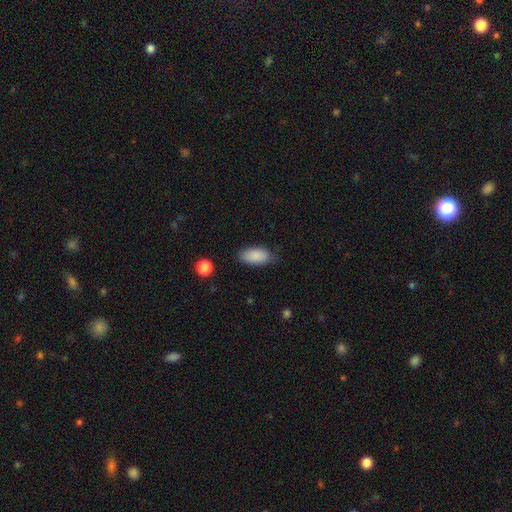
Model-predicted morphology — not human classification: smooth 88%, star or artifact 7%, featured or disk 5%. Down the decision tree: how rounded — in between (91%); merging — none (77%).